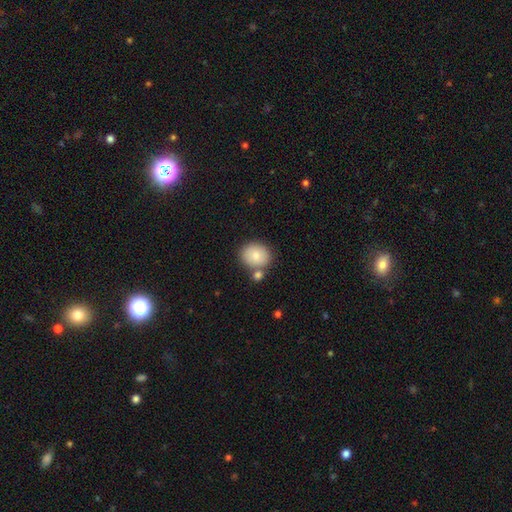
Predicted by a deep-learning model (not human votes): A smooth galaxy with no disk features (83%) that is round (59%). Merging: none (68%).